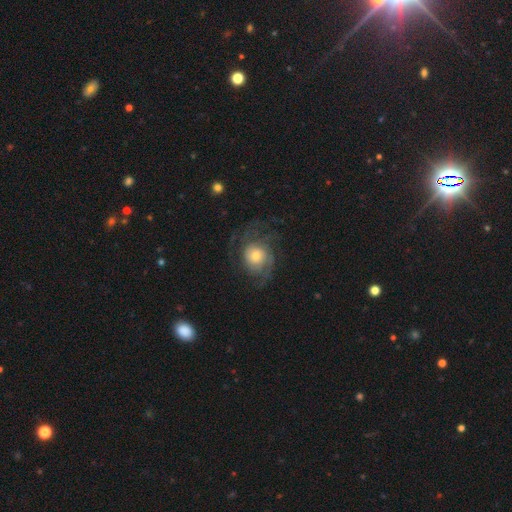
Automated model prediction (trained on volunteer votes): The model was most divided on "spiral winding": medium: 41%, tight: 37%, loose: 22%. Remaining: edge-on disk — no (97%); spiral arms — yes (91%); bar — no (77%); smooth or featured — featured or disk (72%); merging — none (61%); bulge size — moderate (51%); spiral arm count — can't tell (28%).